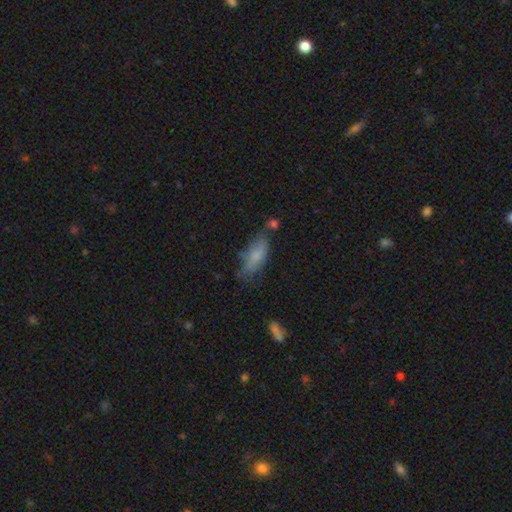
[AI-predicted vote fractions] Smooth or featured: smooth — 70% (featured or disk — 21%)
How rounded: in between — 69% (cigar-shaped — 28%)
Merging: none — 51% (minor disturbance — 29%)